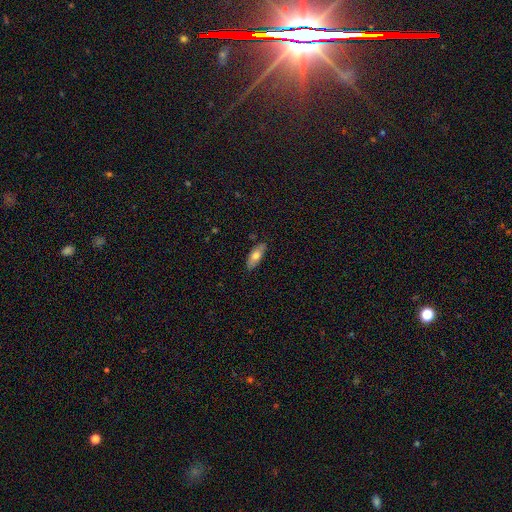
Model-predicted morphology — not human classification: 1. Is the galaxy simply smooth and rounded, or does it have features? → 68% smooth, 25% featured or disk, 6% star or artifact.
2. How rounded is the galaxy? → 76% in between, 21% cigar-shaped, 3% round.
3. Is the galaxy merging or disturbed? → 83% none, 13% minor disturbance, 2% major disturbance, 1% merger.